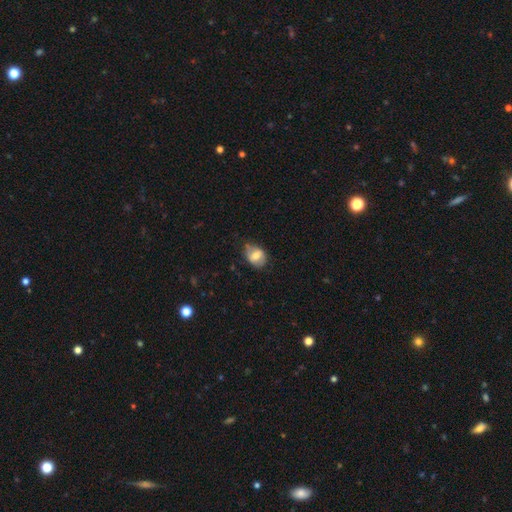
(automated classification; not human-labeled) Smooth or featured? smooth (65%)
How rounded? in between (59%)
Merging? none (63%)